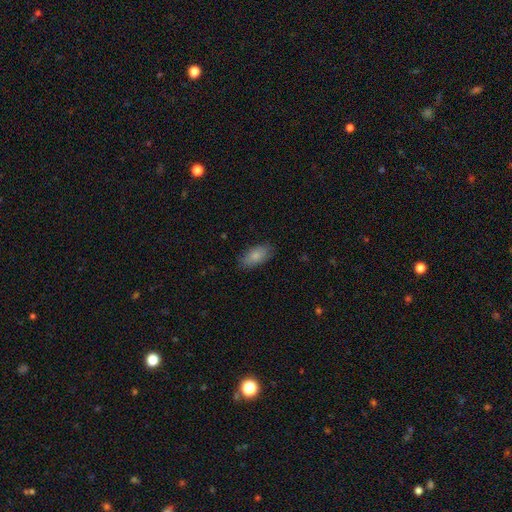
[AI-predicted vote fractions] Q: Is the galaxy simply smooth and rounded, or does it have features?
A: smooth — 83%.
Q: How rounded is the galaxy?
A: in between — 92%.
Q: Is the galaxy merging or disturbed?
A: none — 83%.